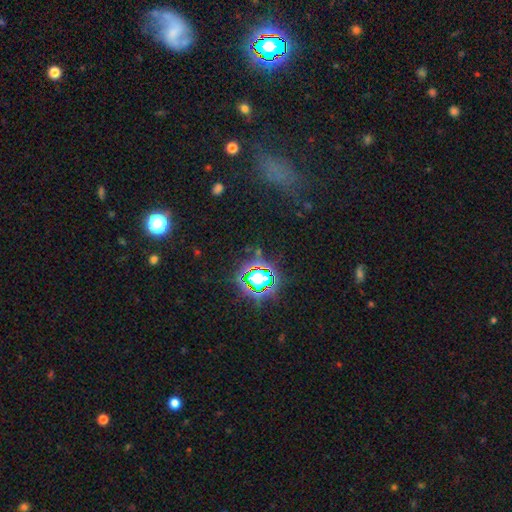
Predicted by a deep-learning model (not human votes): Smooth or featured: star or artifact — 68% (smooth — 23%)